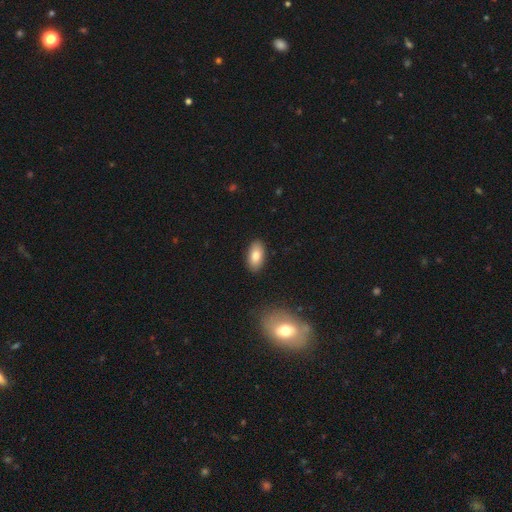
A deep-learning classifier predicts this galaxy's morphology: Smooth or featured?
  - smooth: 81% *
  - featured or disk: 12%
  - star or artifact: 7%
How rounded?
  - in between: 93% *
  - cigar-shaped: 4%
  - round: 3%
Merging?
  - none: 88% *
  - minor disturbance: 9%
  - major disturbance: 2%
  - merger: 1%